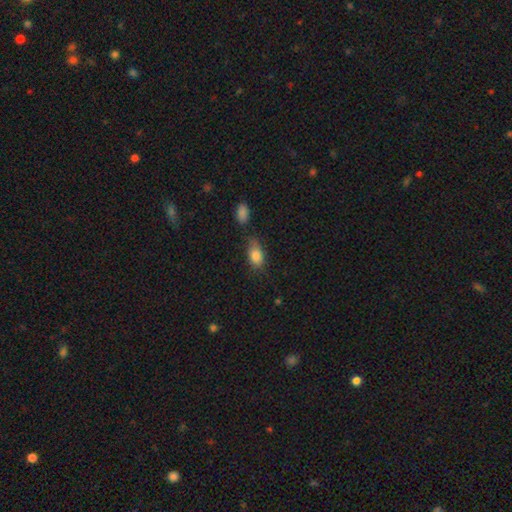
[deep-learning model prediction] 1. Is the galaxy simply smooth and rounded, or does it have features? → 84% smooth, 8% star or artifact, 8% featured or disk.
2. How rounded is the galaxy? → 88% in between, 9% round, 4% cigar-shaped.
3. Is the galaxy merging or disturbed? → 54% none, 29% minor disturbance, 9% merger, 9% major disturbance.